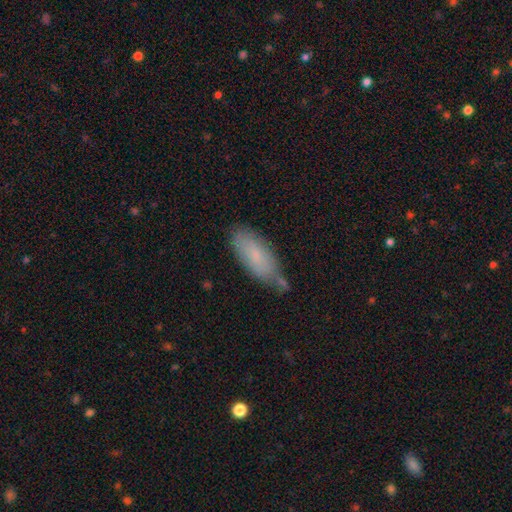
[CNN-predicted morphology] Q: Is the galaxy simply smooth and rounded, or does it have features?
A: smooth — 78%.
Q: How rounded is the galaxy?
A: in between — 76%.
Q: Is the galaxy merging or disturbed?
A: none — 63%.